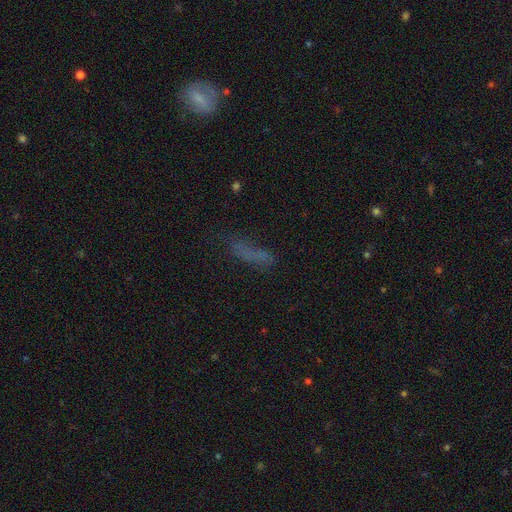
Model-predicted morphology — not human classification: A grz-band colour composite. It shows a smooth galaxy with no disk features (56%) that is cigar-shaped (63%). Merging: none (57%).